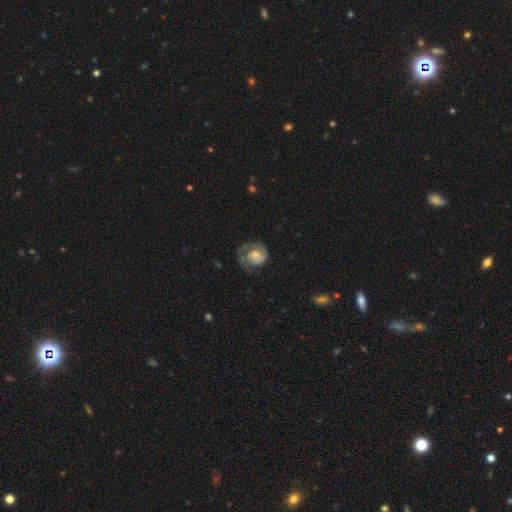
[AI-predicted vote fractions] featured or disk 71%, smooth 23%, star or artifact 6%. Down the decision tree: edge-on disk — no (98%); bar — no (68%); spiral arms — yes (89%); spiral arm count — 1 (57%); spiral winding — tight (52%); bulge size — moderate (45%); merging — none (51%).